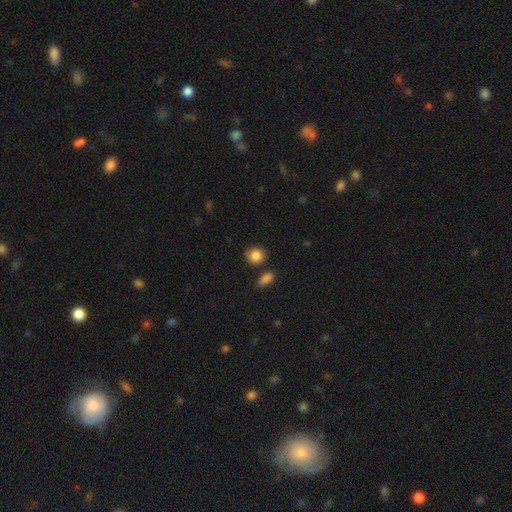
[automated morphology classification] This appears to be a smooth galaxy with no disk features (87%) that is round (78%). Merging: none (75%).